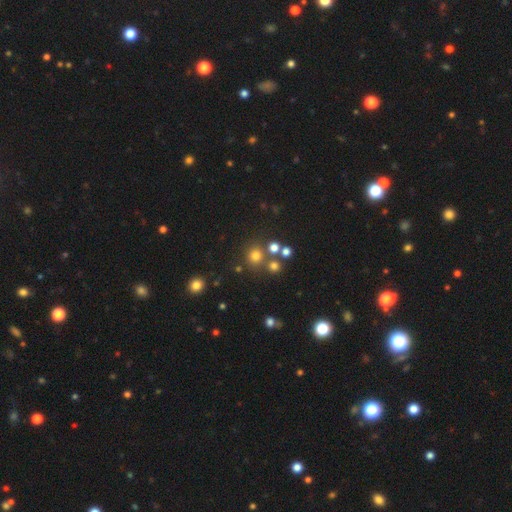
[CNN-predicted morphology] Smooth or featured? Predicted: smooth (p=0.72). How rounded? Predicted: round (p=0.90). Merging? Predicted: none (p=0.74).